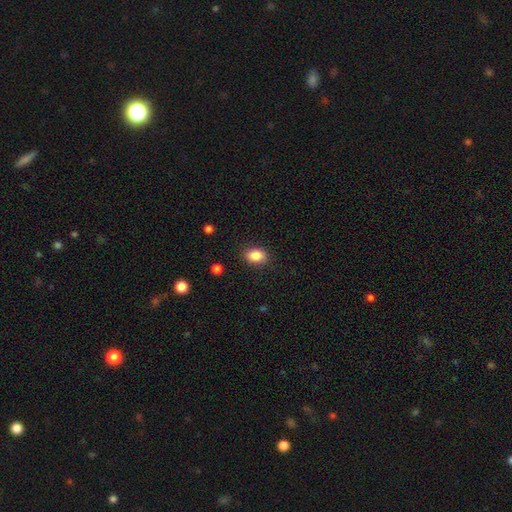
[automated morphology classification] smooth-or-featured: smooth: 87% | star or artifact: 9% | featured or disk: 5%
  how-rounded: in between: 75% | round: 24% | cigar-shaped: 1%
  merging: none: 87% | minor disturbance: 9% | major disturbance: 3% | merger: 1%